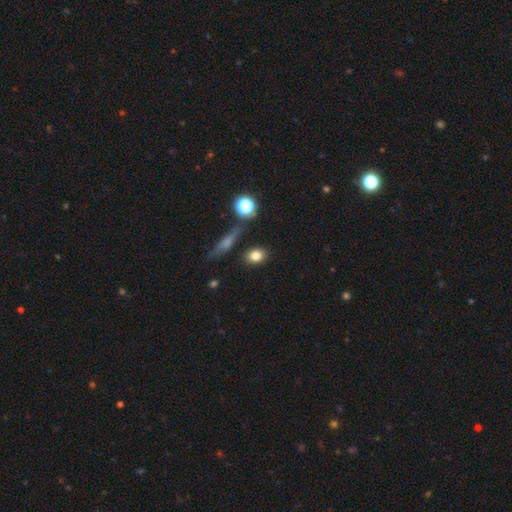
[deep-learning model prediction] A smooth galaxy with no disk features (80%) that is in between round and cigar-shaped (53%). Merging: none (82%).